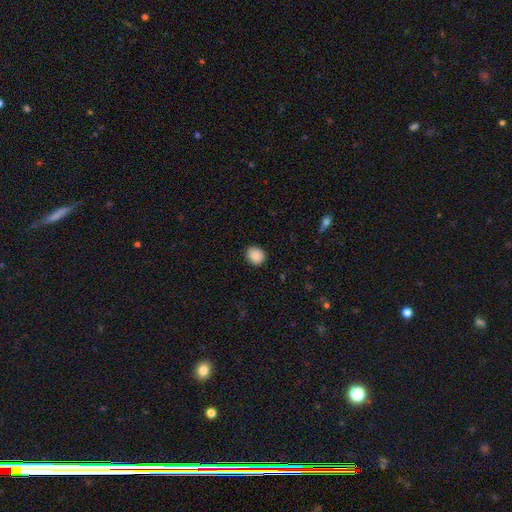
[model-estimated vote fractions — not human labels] Q: Smooth or featured?
A: smooth (88%); runner-up: star or artifact (8%)
Q: How rounded?
A: round (68%); runner-up: in between (31%)
Q: Merging?
A: none (87%); runner-up: minor disturbance (10%)